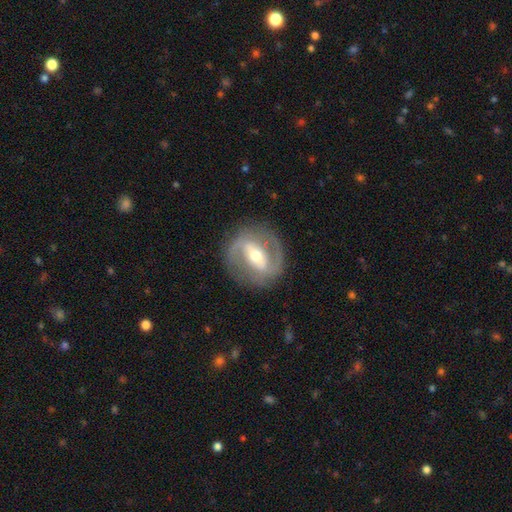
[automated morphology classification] Q: Smooth or featured?
A: featured or disk (81%); runner-up: smooth (13%)
Q: Edge-on disk?
A: no (95%); runner-up: yes (5%)
Q: Bar?
A: strong (52%); runner-up: weak (32%)
Q: Spiral arms?
A: yes (82%); runner-up: no (18%)
Q: Spiral winding?
A: medium (48%); runner-up: tight (32%)
Q: Spiral arm count?
A: 2 (86%); runner-up: can't tell (7%)
Q: Bulge size?
A: moderate (63%); runner-up: small (29%)
Q: Merging?
A: none (83%); runner-up: minor disturbance (10%)